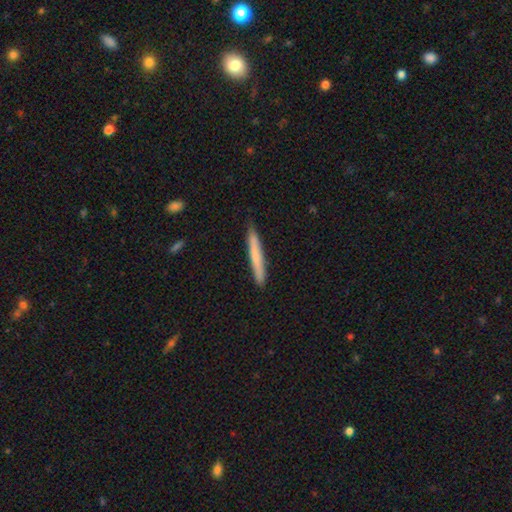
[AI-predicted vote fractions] Morphology: type=smooth (70%); roundness=cigar-shaped (96%); merging=none (86%).